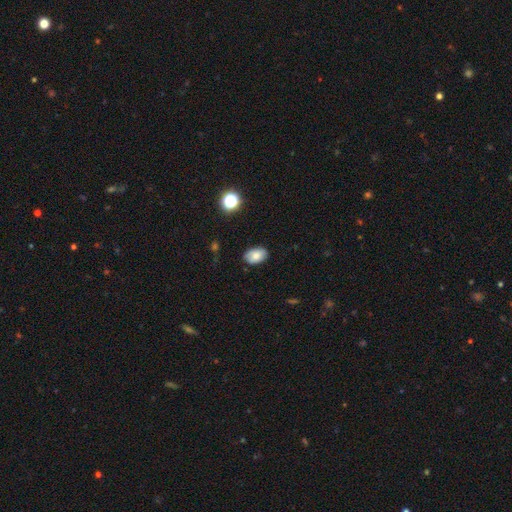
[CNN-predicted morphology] Smooth or featured? Predicted: smooth (p=0.76). How rounded? Predicted: in between (p=0.88). Merging? Predicted: none (p=0.82).